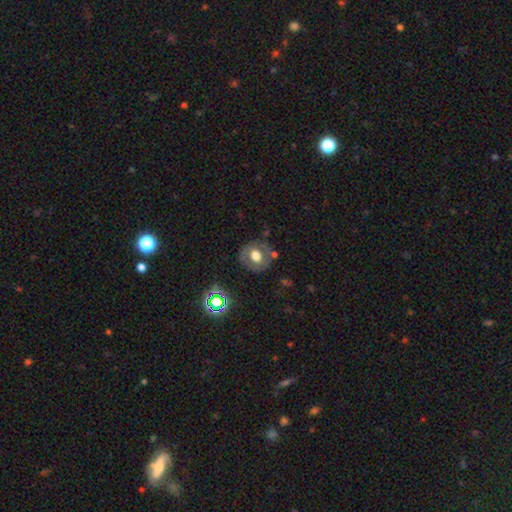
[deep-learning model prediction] Morphology: type=smooth (52%); roundness=round (79%); merging=none (75%).